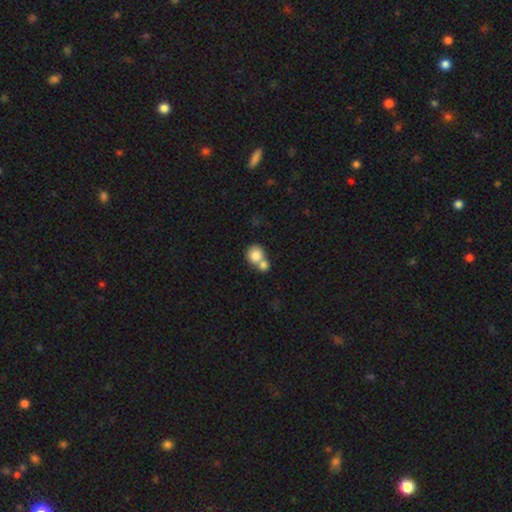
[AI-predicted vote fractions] smooth 81%, featured or disk 11%, star or artifact 8%. Down the decision tree: how rounded — round (82%); merging — merger (59%).